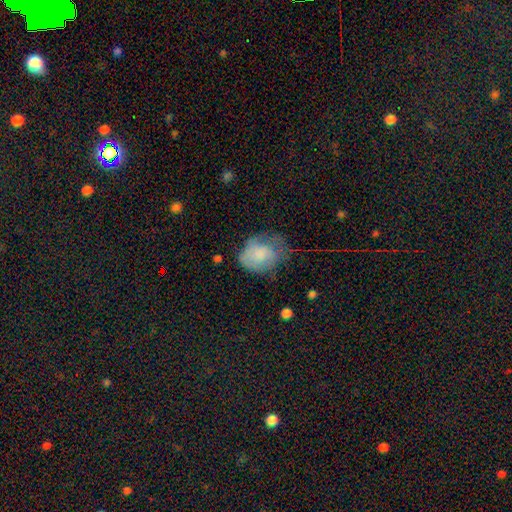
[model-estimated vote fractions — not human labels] Smooth or featured? Predicted: smooth (p=0.67). How rounded? Predicted: in between (p=0.55). Merging? Predicted: none (p=0.37).